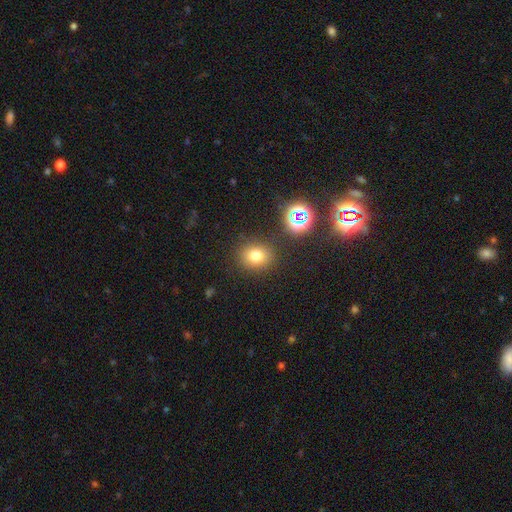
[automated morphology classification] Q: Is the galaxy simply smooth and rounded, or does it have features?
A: smooth — 75%.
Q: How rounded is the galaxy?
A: round — 64%.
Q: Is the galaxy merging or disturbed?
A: none — 84%.